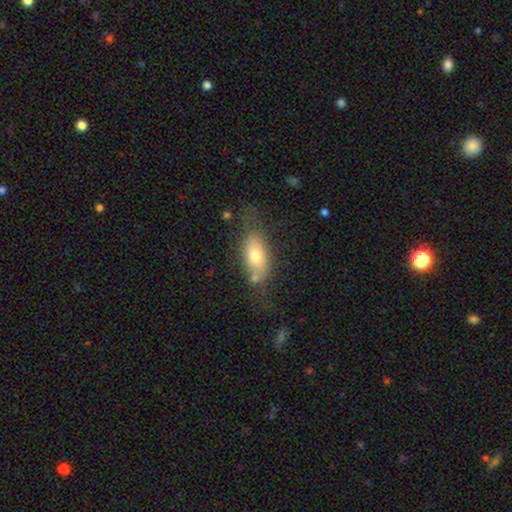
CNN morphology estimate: Smooth or featured? Predicted: smooth (p=0.69). How rounded? Predicted: in between (p=0.85). Merging? Predicted: none (p=0.57).